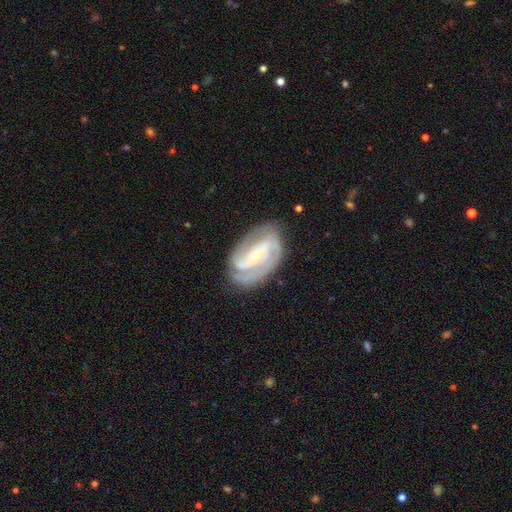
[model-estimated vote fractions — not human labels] featured or disk 89%, smooth 7%, star or artifact 5%. Down the decision tree: edge-on disk — no (96%); bar — weak (37%); spiral arms — yes (97%); spiral arm count — 2 (49%); spiral winding — tight (51%); bulge size — small (58%); merging — none (74%).